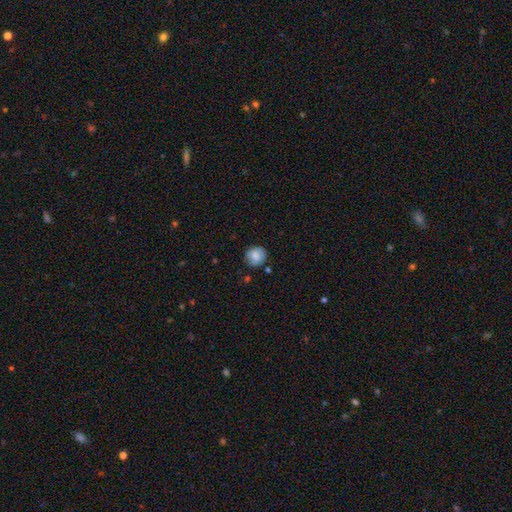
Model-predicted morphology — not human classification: Q: Smooth or featured?
A: smooth (71%); runner-up: featured or disk (20%)
Q: How rounded?
A: round (82%); runner-up: in between (17%)
Q: Merging?
A: none (79%); runner-up: minor disturbance (15%)